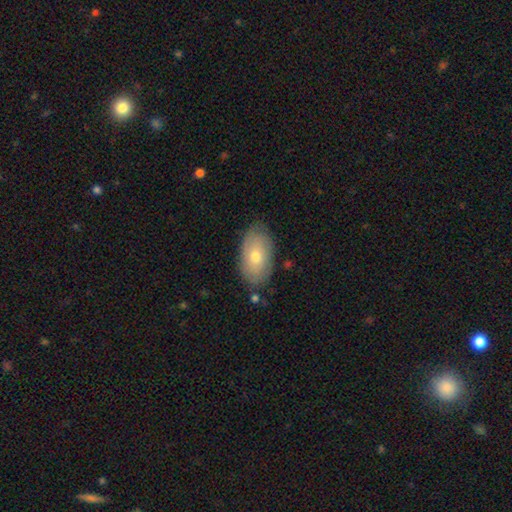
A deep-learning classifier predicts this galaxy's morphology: A smooth galaxy with no disk features (63%) that is in between round and cigar-shaped (93%).

Vote fractions:
- Smooth or featured? smooth: 63% / featured or disk: 30% / star or artifact: 7%
- How rounded? in between: 93% / round: 5% / cigar-shaped: 2%
- Merging? none: 80% / minor disturbance: 15% / major disturbance: 3% / merger: 2%